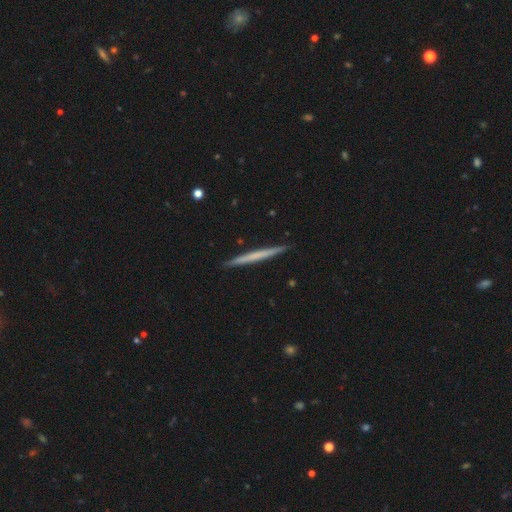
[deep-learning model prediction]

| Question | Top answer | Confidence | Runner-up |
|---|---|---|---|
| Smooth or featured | smooth | 50% | featured or disk (46%) |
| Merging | none | 92% | minor disturbance (6%) |